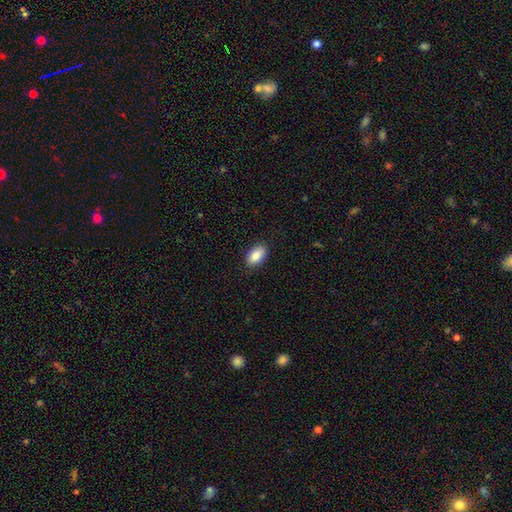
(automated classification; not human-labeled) Smooth or featured: smooth — 86% (star or artifact — 7%)
How rounded: in between — 92% (round — 4%)
Merging: none — 86% (minor disturbance — 11%)